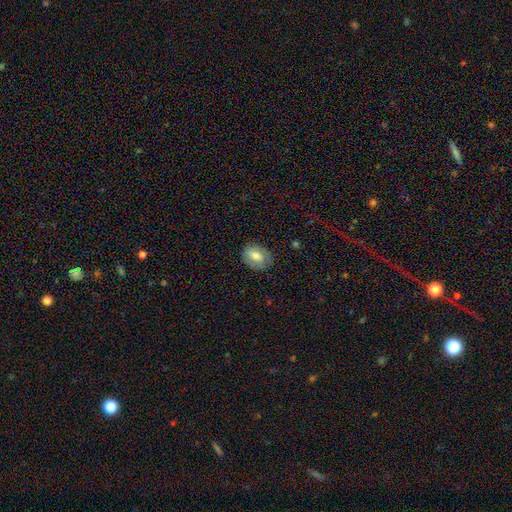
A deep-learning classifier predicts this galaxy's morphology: This is likely a smooth galaxy (74%). How rounded: likely in between (70%). Merging: likely none (78%).